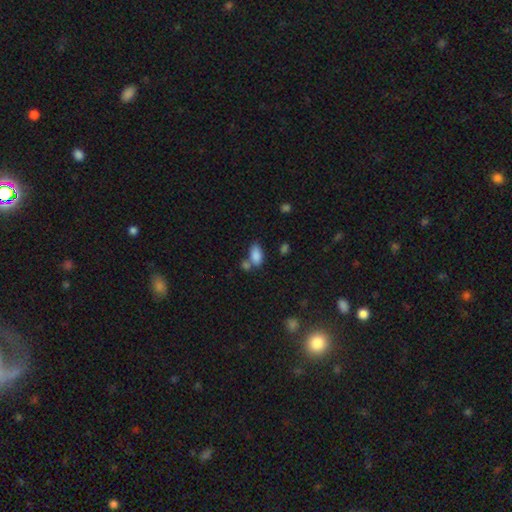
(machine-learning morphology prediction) type=smooth (85%); roundness=in between (92%); merging=none (50%).